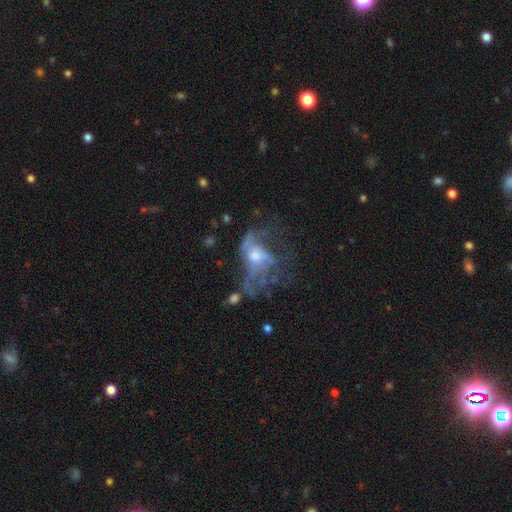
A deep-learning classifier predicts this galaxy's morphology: Smooth or featured: featured or disk — 64% (smooth — 24%)
Edge-on disk: no — 95% (yes — 5%)
Bar: no — 78% (weak — 18%)
Spiral arms: no — 60% (yes — 40%)
Bulge size: moderate — 58% (small — 24%)
Merging: major disturbance — 53% (none — 24%)